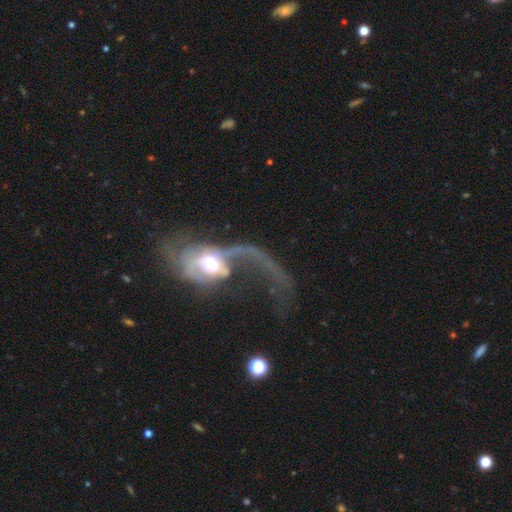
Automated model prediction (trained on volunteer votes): This appears to be a featured or disk galaxy (74%) with no bar (66%), 1 (55%) loose (79%) spiral arms (80%) and a moderate central bulge (59%). Merging: major disturbance (52%).